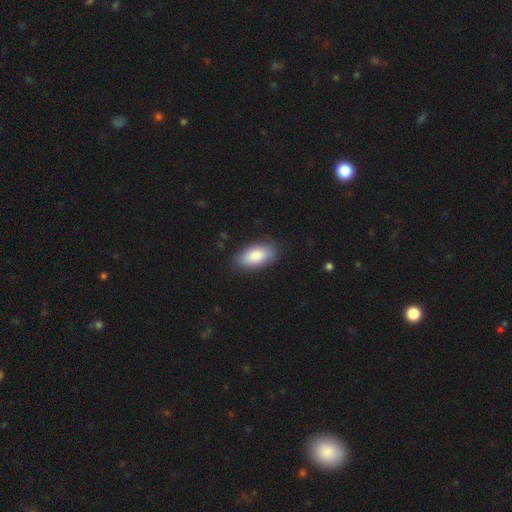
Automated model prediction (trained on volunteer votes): smooth-or-featured: smooth: 86% | featured or disk: 9% | star or artifact: 6%
  how-rounded: in between: 92% | cigar-shaped: 5% | round: 3%
  merging: none: 84% | minor disturbance: 12% | major disturbance: 3% | merger: 1%